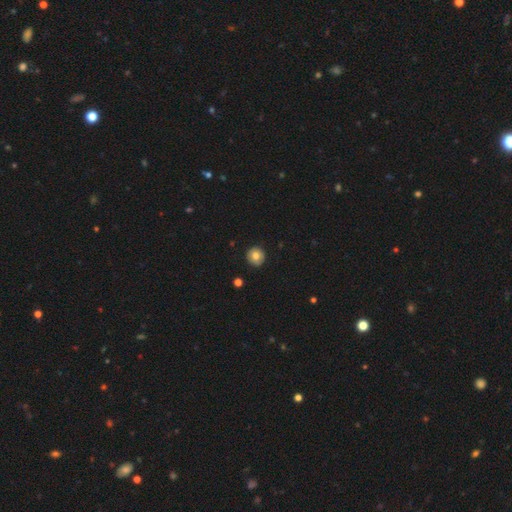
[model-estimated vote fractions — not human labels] Smooth or featured: smooth — 77% (featured or disk — 14%)
How rounded: round — 93% (in between — 6%)
Merging: none — 90% (minor disturbance — 7%)